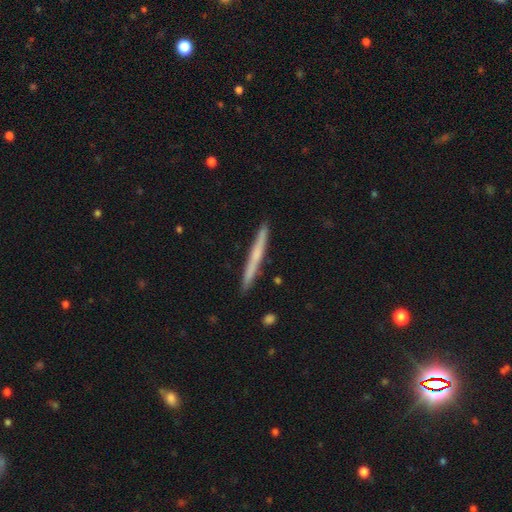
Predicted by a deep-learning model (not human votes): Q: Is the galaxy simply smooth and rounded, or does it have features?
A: smooth — 49%.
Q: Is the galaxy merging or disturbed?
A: none — 91%.